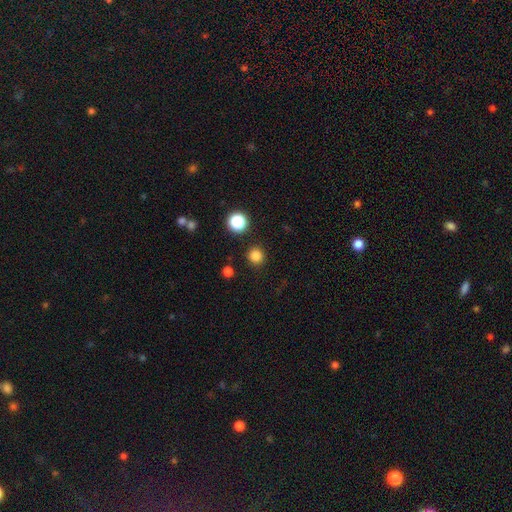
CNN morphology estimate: This appears to be a smooth galaxy with no disk features (82%) that is round (94%). Merging: none (90%).